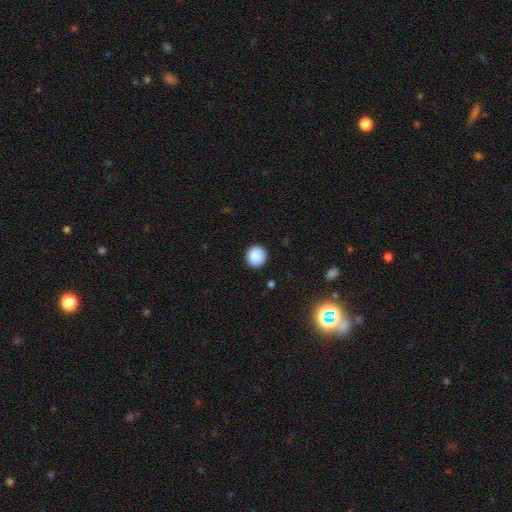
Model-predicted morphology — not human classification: Smooth or featured? Predicted: smooth (p=0.88). How rounded? Predicted: round (p=0.92). Merging? Predicted: none (p=0.91).